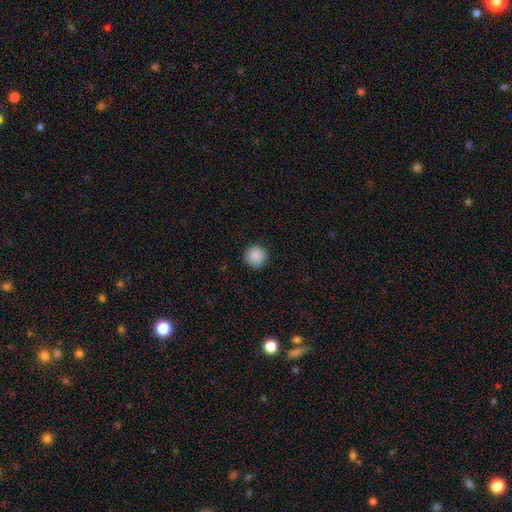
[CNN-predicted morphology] smooth-or-featured: smooth: 89% | star or artifact: 8% | featured or disk: 3%
  how-rounded: round: 95% | in between: 5% | cigar-shaped: 1%
  merging: none: 88% | minor disturbance: 9% | major disturbance: 2% | merger: 1%